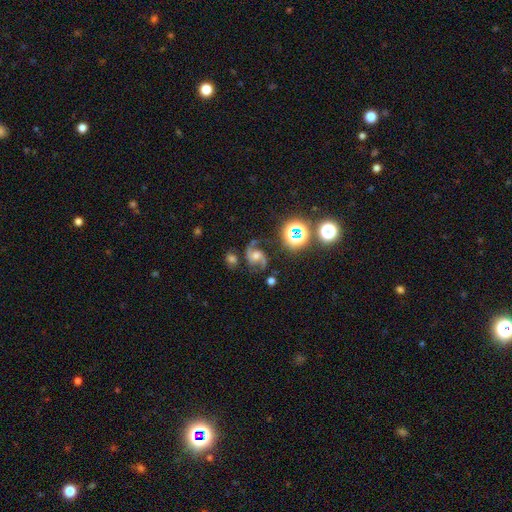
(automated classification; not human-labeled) Smooth or featured? Predicted: featured or disk (p=0.82). Edge-on disk? Predicted: no (p=0.98). Bar? Predicted: no (p=0.58). Spiral arms? Predicted: yes (p=0.97). Spiral winding? Predicted: medium (p=0.50). Spiral arm count? Predicted: 2 (p=0.92). Bulge size? Predicted: moderate (p=0.64). Merging? Predicted: none (p=0.71).